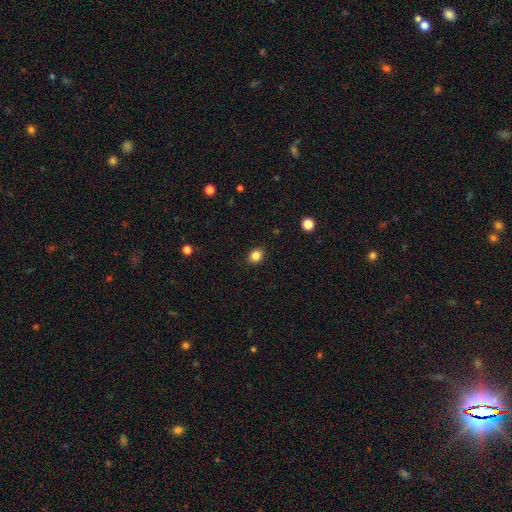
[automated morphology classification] smooth-or-featured: smooth: 85% | star or artifact: 11% | featured or disk: 4%
  how-rounded: round: 63% | in between: 36% | cigar-shaped: 1%
  merging: none: 89% | minor disturbance: 8% | major disturbance: 2% | merger: 1%